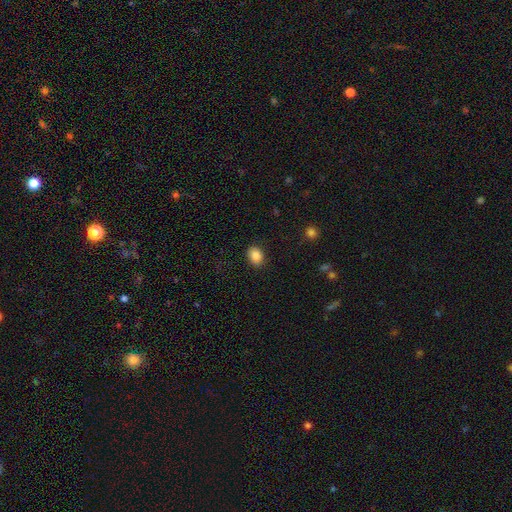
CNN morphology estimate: This appears to be a smooth galaxy with no disk features (86%) that is in between round and cigar-shaped (70%). Merging: none (88%).